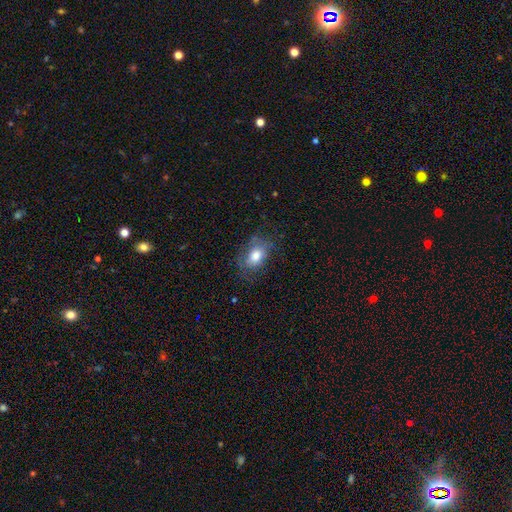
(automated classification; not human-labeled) Smooth or featured? smooth (72%)
How rounded? in between (78%)
Merging? none (61%)